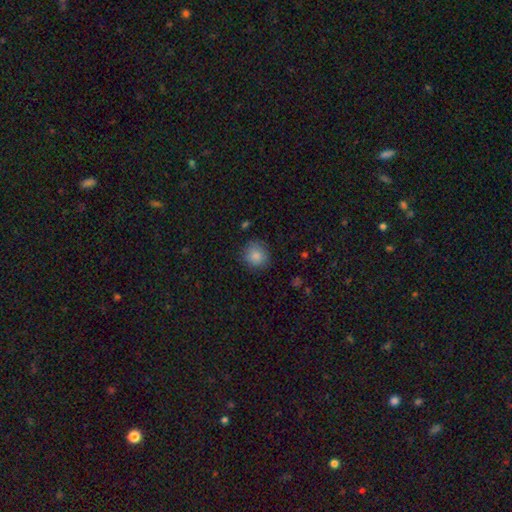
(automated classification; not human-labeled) A smooth galaxy with no disk features (85%) that is round (89%). Merging: none (85%).